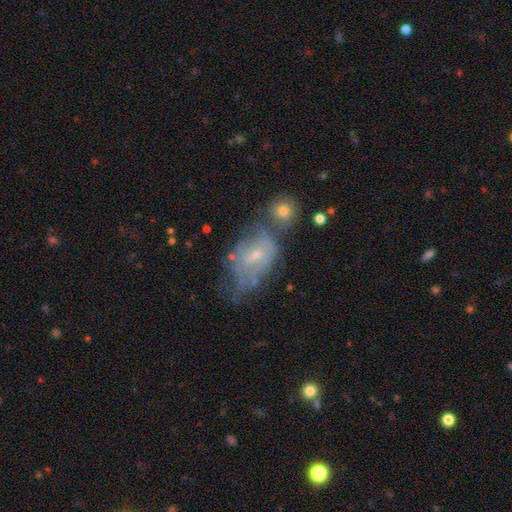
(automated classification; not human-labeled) Smooth or featured: featured or disk — 62% (smooth — 27%)
Edge-on disk: no — 94% (yes — 6%)
Bar: no — 47% (weak — 44%)
Spiral arms: yes — 59% (no — 41%)
Bulge size: small — 64% (moderate — 29%)
Merging: none — 31% (minor disturbance — 26%)